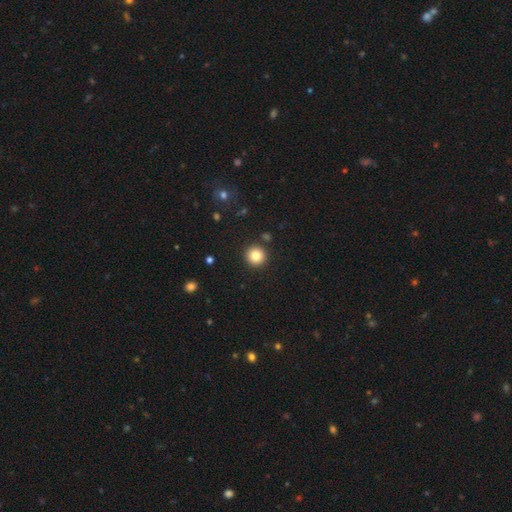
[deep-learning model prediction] Q: Smooth or featured?
A: smooth (83%); runner-up: star or artifact (11%)
Q: How rounded?
A: round (95%); runner-up: in between (4%)
Q: Merging?
A: none (91%); runner-up: minor disturbance (5%)